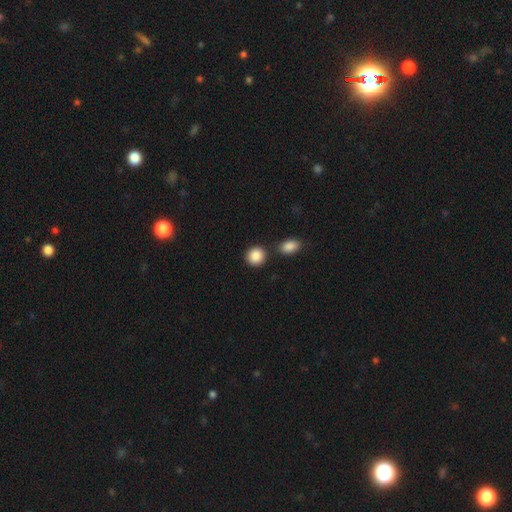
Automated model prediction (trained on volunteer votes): The model was most divided on "merging": none: 79%, merger: 10%, minor disturbance: 9%, major disturbance: 3%. More confident: smooth or featured — smooth (89%); how rounded — round (85%).